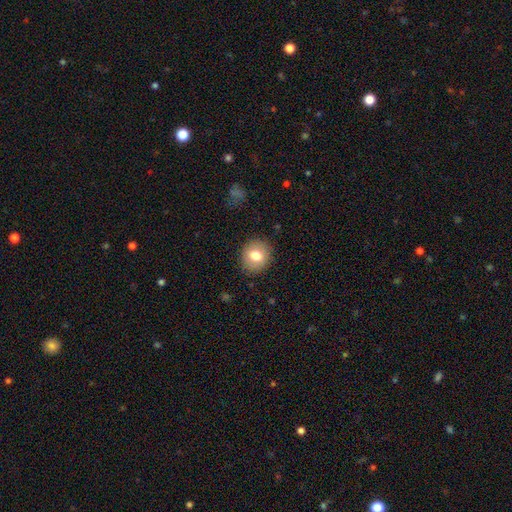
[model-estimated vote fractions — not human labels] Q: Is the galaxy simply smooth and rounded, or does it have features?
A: smooth — 77%.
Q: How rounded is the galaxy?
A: round — 79%.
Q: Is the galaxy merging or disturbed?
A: none — 88%.